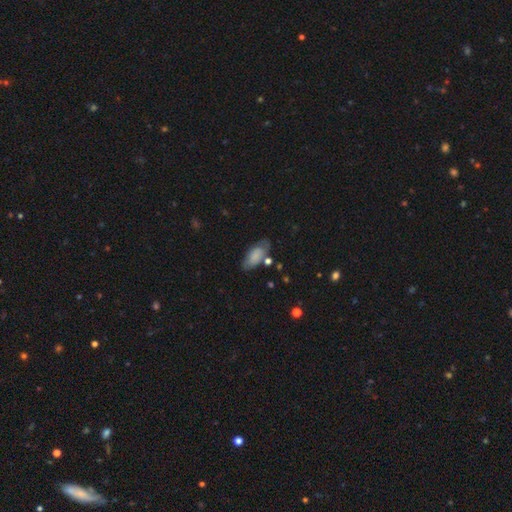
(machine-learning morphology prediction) This appears to be a smooth galaxy with no disk features (75%) that is in between round and cigar-shaped (88%). Merging: none (65%).